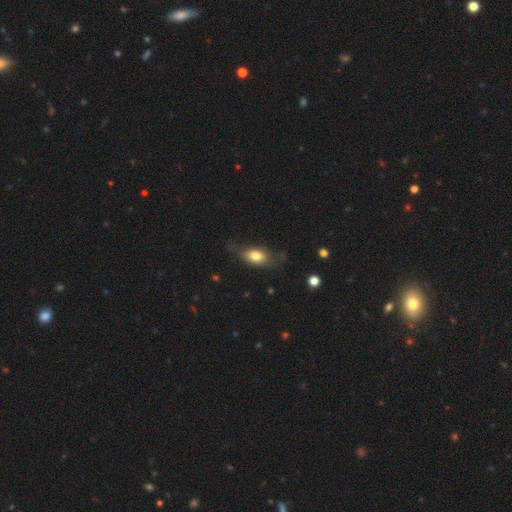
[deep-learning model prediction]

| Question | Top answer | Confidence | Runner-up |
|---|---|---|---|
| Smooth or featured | smooth | 76% | featured or disk (16%) |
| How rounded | in between | 83% | round (10%) |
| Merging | none | 64% | minor disturbance (24%) |